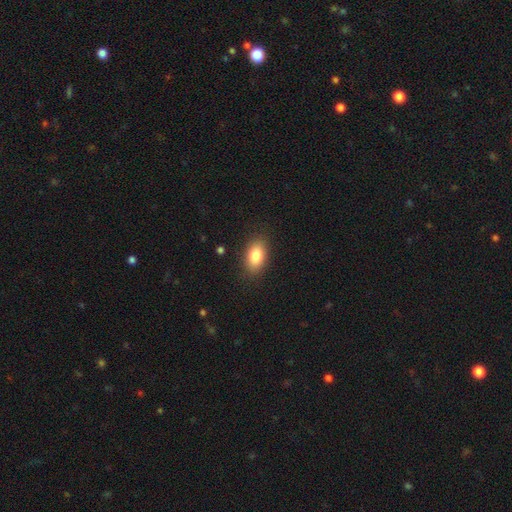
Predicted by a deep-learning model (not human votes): Q: Smooth or featured?
A: smooth (83%); runner-up: featured or disk (9%)
Q: How rounded?
A: in between (88%); runner-up: round (9%)
Q: Merging?
A: none (86%); runner-up: minor disturbance (10%)